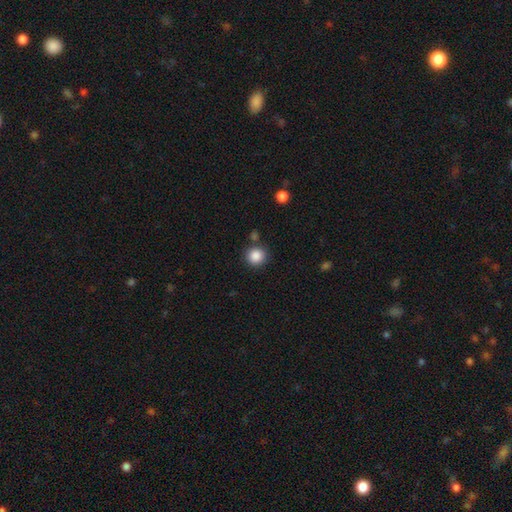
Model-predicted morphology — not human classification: smooth-or-featured: smooth: 87% | star or artifact: 10% | featured or disk: 4%
  how-rounded: round: 92% | in between: 7% | cigar-shaped: 1%
  merging: none: 83% | minor disturbance: 8% | merger: 6% | major disturbance: 3%